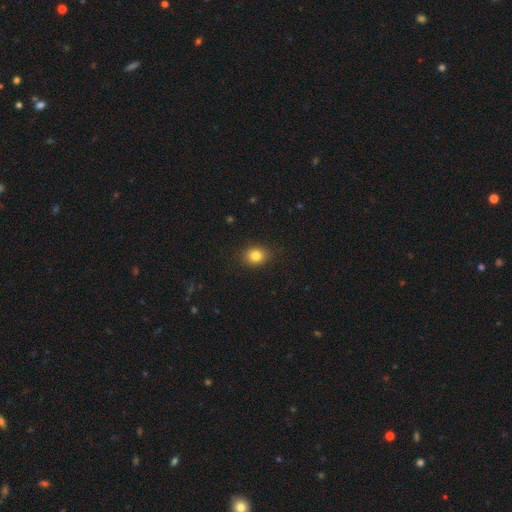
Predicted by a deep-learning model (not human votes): smooth_or_featured: smooth (p=0.83) [alt: star or artifact p=0.11]
how_rounded: round (p=0.59) [alt: in between p=0.40]
merging: none (p=0.88) [alt: minor disturbance p=0.08]